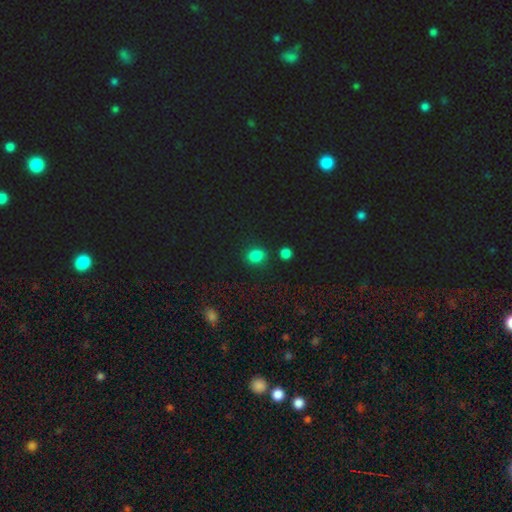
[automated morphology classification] The model was most divided on "how rounded": round: 53%, in between: 46%, cigar-shaped: 1%. More confident: smooth or featured — smooth (82%); merging — none (81%).